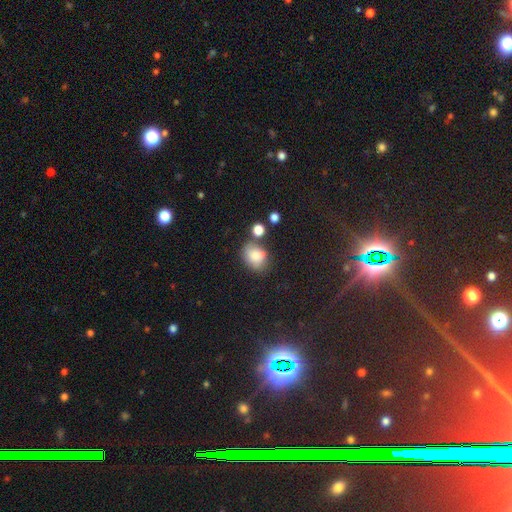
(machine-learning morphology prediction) Overall: smooth (77%). How rounded: in between (55%; round 43%). Merging: none (50%; minor disturbance 23%).